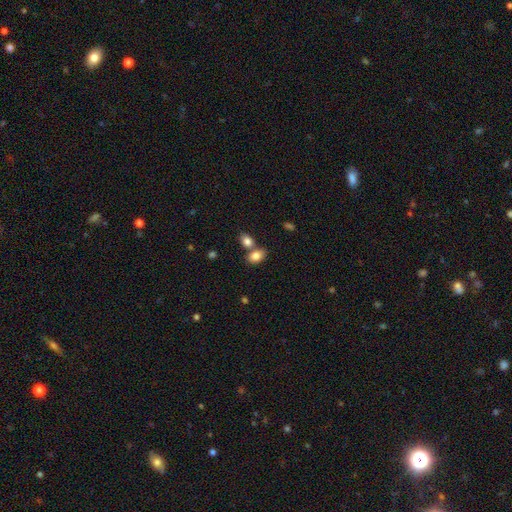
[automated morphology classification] Smooth or featured? Predicted: smooth (p=0.83). How rounded? Predicted: in between (p=0.84). Merging? Predicted: none (p=0.50).